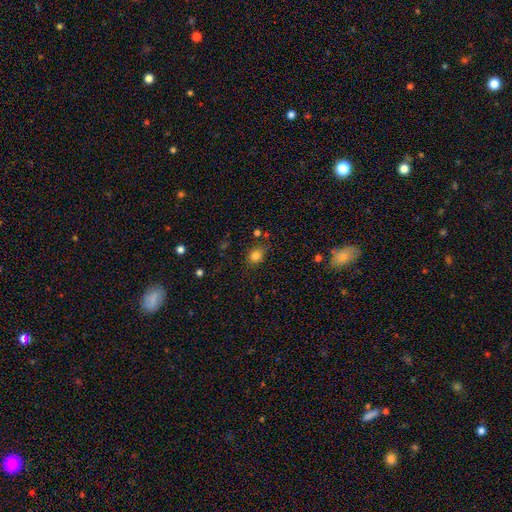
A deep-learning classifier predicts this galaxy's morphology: A smooth galaxy with no disk features (81%) that is round (50%). Merging: none (71%).